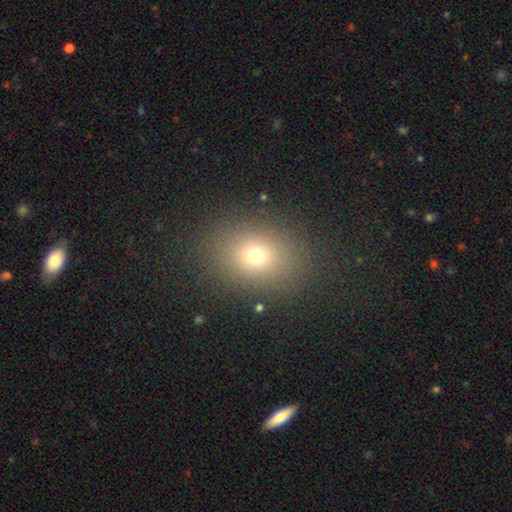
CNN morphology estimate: Q: Smooth or featured?
A: smooth (71%); runner-up: star or artifact (18%)
Q: How rounded?
A: round (51%); runner-up: in between (48%)
Q: Merging?
A: none (86%); runner-up: minor disturbance (8%)